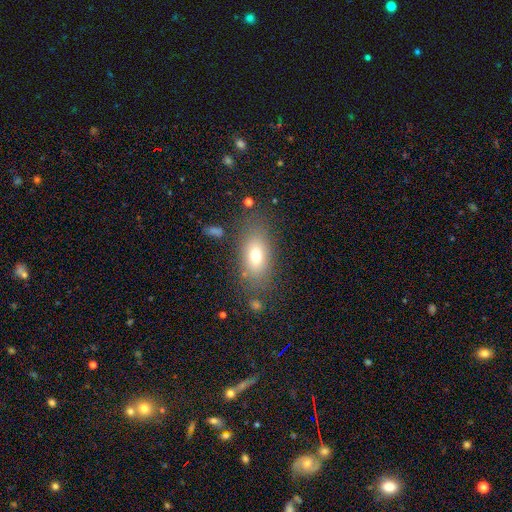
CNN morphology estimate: type=smooth (71%); roundness=in between (84%); merging=none (77%).